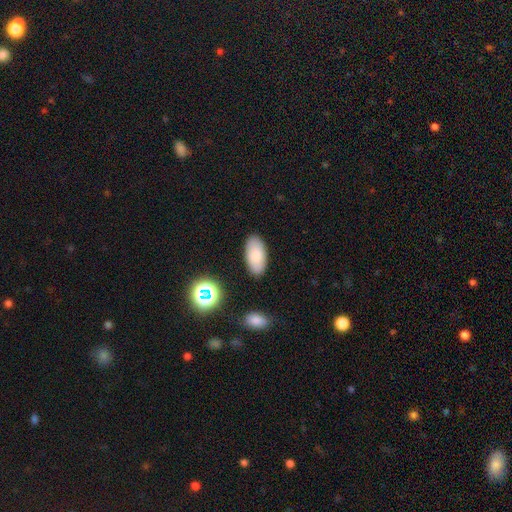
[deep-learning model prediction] Smooth or featured? smooth (81%)
How rounded? in between (93%)
Merging? none (85%)